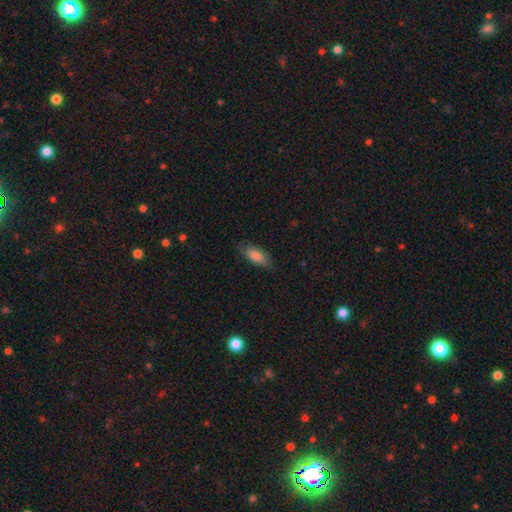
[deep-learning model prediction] Q: Smooth or featured?
A: smooth (82%); runner-up: featured or disk (12%)
Q: How rounded?
A: in between (85%); runner-up: cigar-shaped (13%)
Q: Merging?
A: none (78%); runner-up: minor disturbance (17%)